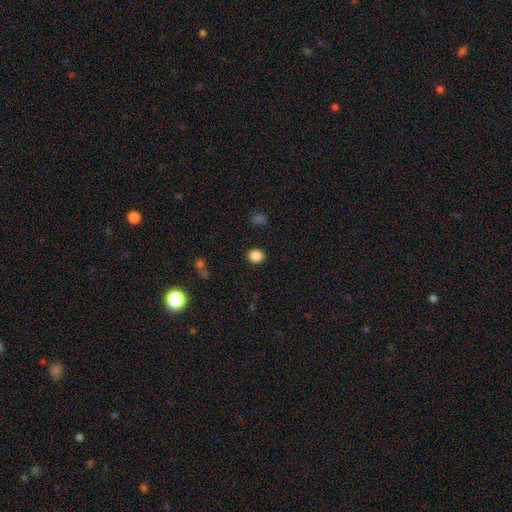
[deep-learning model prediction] A smooth galaxy with no disk features (86%) that is round (69%). Merging: none (90%).